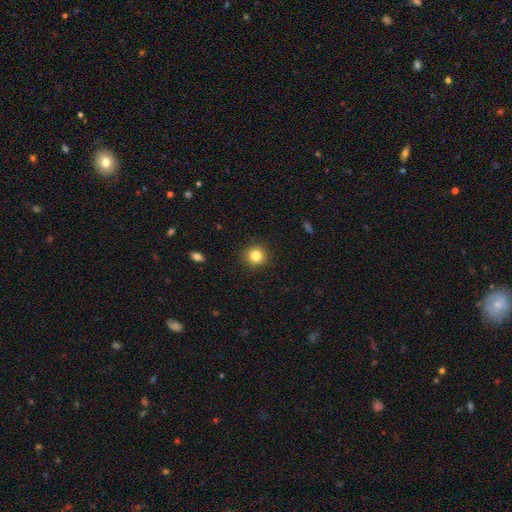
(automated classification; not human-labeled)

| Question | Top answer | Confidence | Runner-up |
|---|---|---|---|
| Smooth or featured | smooth | 83% | star or artifact (11%) |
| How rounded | round | 92% | in between (7%) |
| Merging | none | 90% | minor disturbance (7%) |